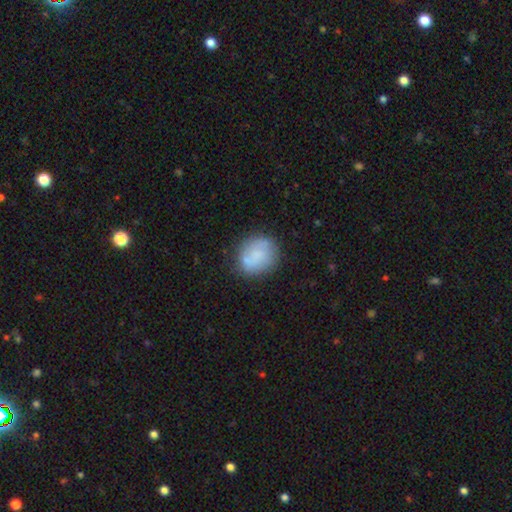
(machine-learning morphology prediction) Q: Smooth or featured?
A: smooth (64%); runner-up: featured or disk (29%)
Q: How rounded?
A: round (73%); runner-up: in between (25%)
Q: Merging?
A: none (65%); runner-up: minor disturbance (20%)